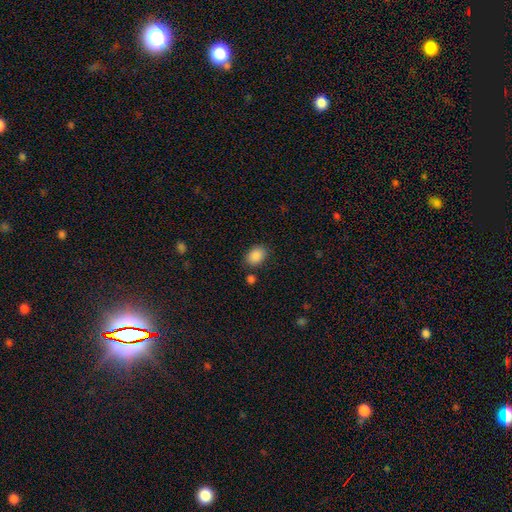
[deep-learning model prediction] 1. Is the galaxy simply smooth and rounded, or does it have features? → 88% smooth, 8% star or artifact, 3% featured or disk.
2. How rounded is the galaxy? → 69% in between, 30% round, 1% cigar-shaped.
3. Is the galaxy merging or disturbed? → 80% none, 12% minor disturbance, 5% merger, 4% major disturbance.